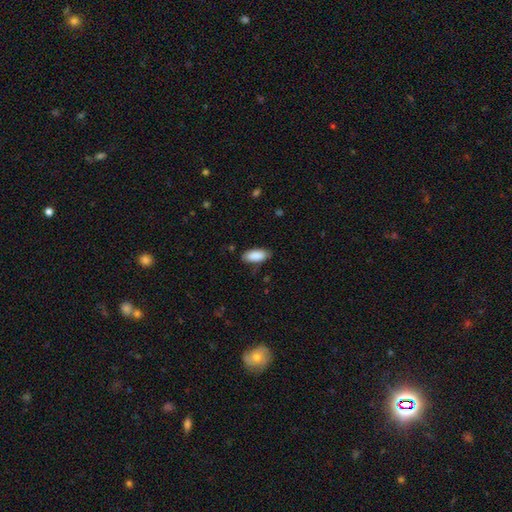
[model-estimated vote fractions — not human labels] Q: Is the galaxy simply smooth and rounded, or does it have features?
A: smooth — 89%.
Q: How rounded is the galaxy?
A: in between — 88%.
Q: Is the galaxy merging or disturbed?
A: none — 79%.